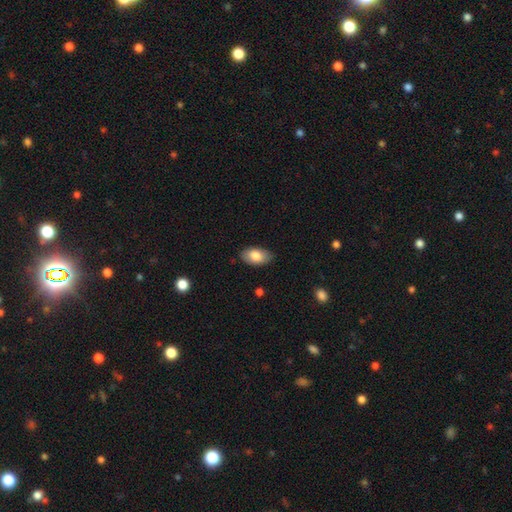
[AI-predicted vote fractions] smooth-or-featured: smooth: 80% | featured or disk: 14% | star or artifact: 6%
  how-rounded: in between: 94% | round: 4% | cigar-shaped: 2%
  merging: none: 84% | minor disturbance: 12% | major disturbance: 2% | merger: 1%